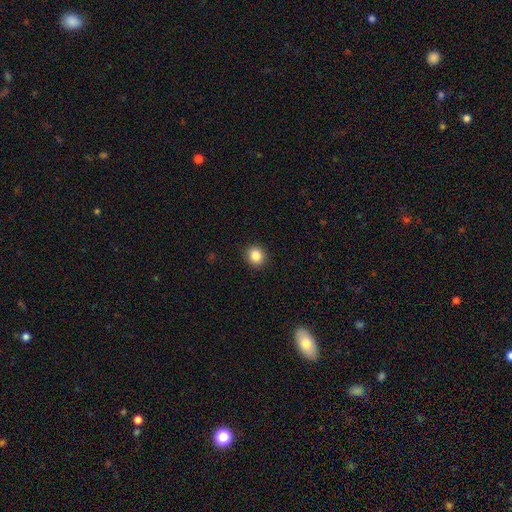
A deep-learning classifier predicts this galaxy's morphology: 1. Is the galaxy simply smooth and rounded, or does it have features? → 85% smooth, 10% star or artifact, 5% featured or disk.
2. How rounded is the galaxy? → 79% round, 20% in between, 1% cigar-shaped.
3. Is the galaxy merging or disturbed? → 91% none, 6% minor disturbance, 2% major disturbance, 1% merger.